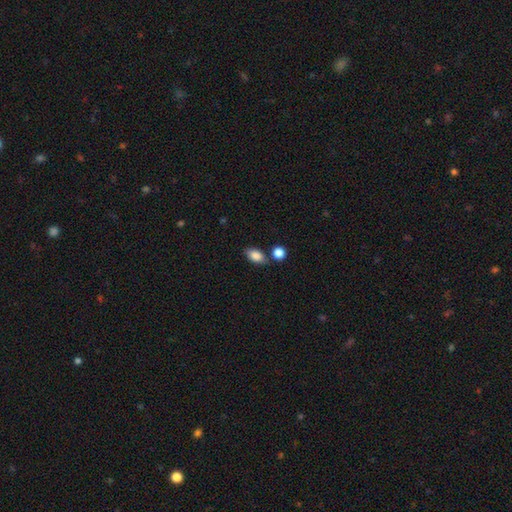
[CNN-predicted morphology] This appears to be a smooth galaxy with no disk features (86%) that is in between round and cigar-shaped (87%). Merging: none (74%).